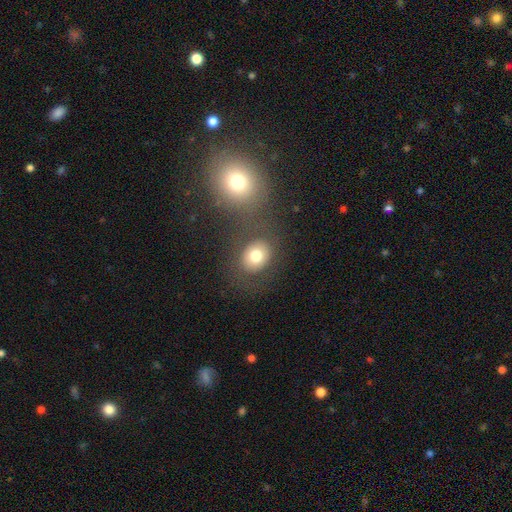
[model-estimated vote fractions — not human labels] A smooth galaxy with no disk features (75%) that is round (55%). Merging: none (74%).